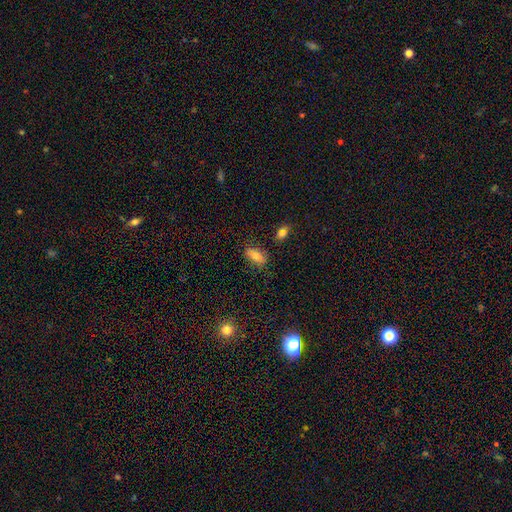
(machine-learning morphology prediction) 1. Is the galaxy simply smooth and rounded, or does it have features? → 78% smooth, 12% featured or disk, 9% star or artifact.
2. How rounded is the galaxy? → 85% in between, 11% cigar-shaped, 4% round.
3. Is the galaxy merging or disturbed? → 77% none, 16% minor disturbance, 4% major disturbance, 3% merger.